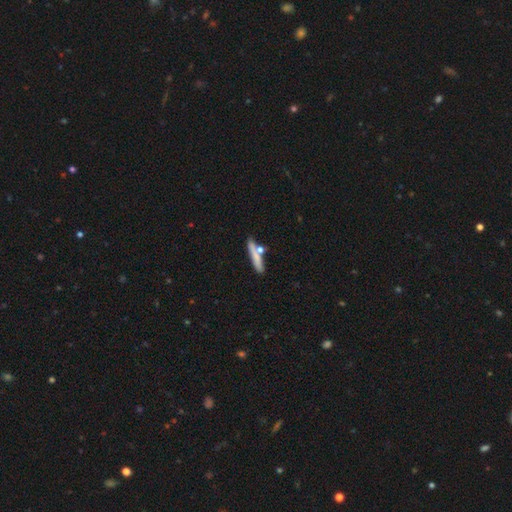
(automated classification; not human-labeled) Morphology: type=smooth (68%); roundness=cigar-shaped (85%); merging=none (66%).